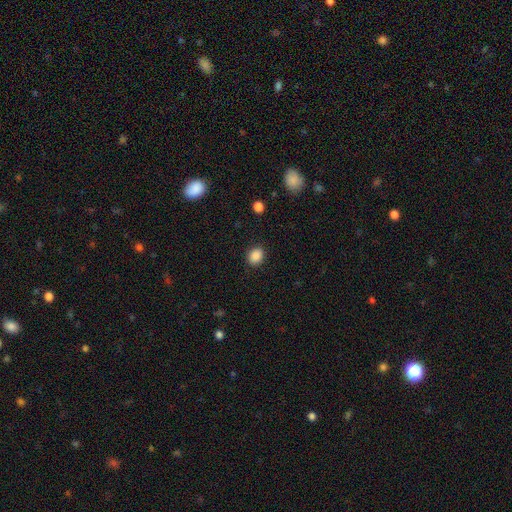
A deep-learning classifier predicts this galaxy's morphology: A smooth galaxy with no disk features (88%) that is round (51%). Merging: none (88%).